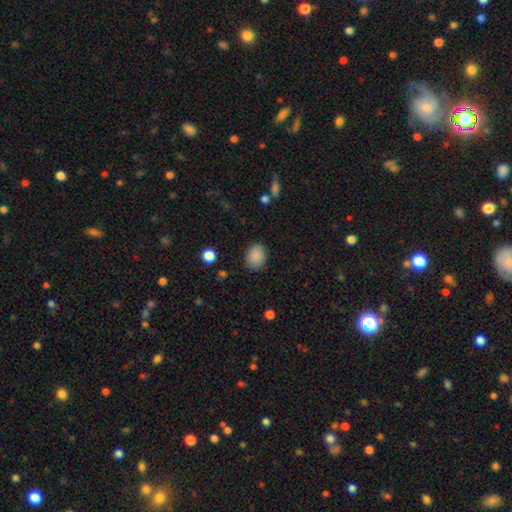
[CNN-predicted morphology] Smooth or featured? smooth (88%)
How rounded? in between (68%)
Merging? none (83%)